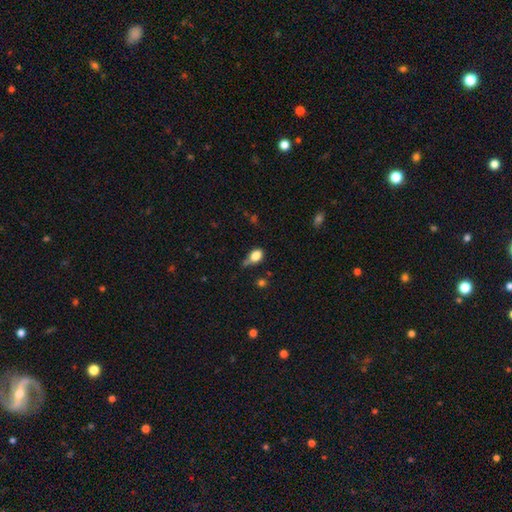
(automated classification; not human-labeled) A smooth galaxy with no disk features (81%) that is in between round and cigar-shaped (69%).

Vote fractions:
- Smooth or featured? smooth: 81% / star or artifact: 10% / featured or disk: 9%
- How rounded? in between: 69% / round: 29% / cigar-shaped: 2%
- Merging? none: 44% / minor disturbance: 35% / major disturbance: 12% / merger: 9%